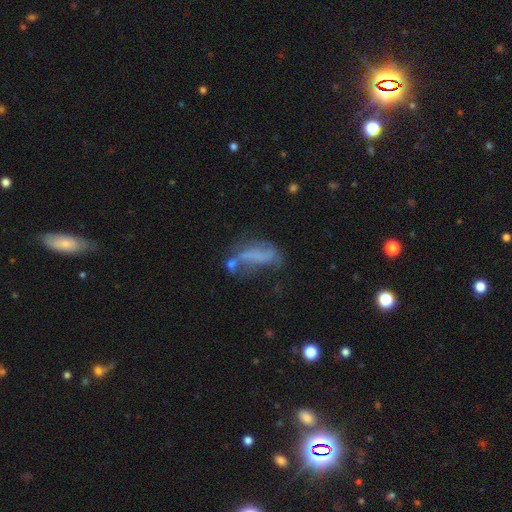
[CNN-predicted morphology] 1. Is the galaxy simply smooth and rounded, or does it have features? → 44% smooth, 40% featured or disk, 16% star or artifact.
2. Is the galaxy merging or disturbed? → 31% major disturbance, 27% none, 22% minor disturbance, 20% merger.